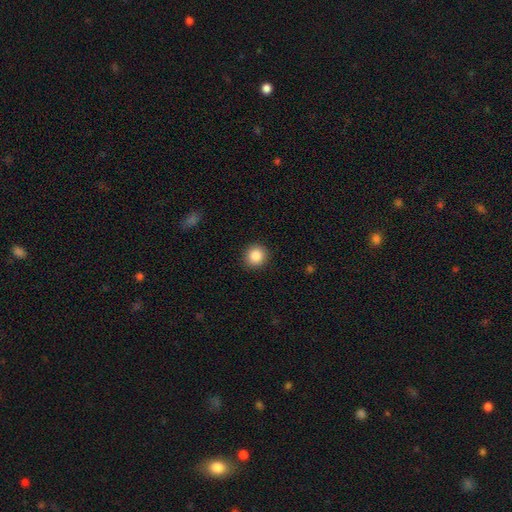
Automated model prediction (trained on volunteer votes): Smooth or featured?
  - smooth: 86% *
  - star or artifact: 9%
  - featured or disk: 4%
How rounded?
  - round: 90% *
  - in between: 9%
  - cigar-shaped: 1%
Merging?
  - none: 91% *
  - minor disturbance: 6%
  - major disturbance: 2%
  - merger: 1%